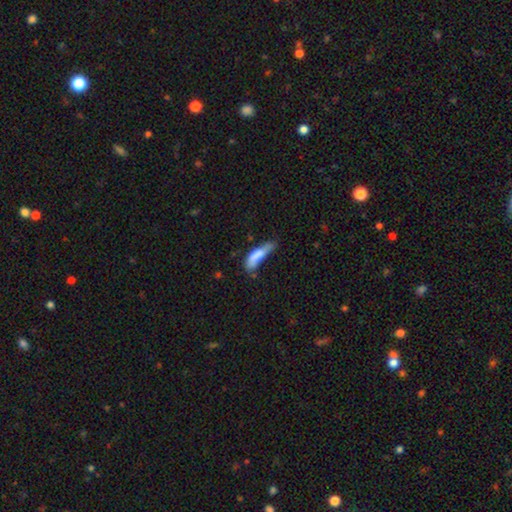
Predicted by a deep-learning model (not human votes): smooth-or-featured: smooth: 73% | featured or disk: 20% | star or artifact: 7%
  how-rounded: cigar-shaped: 57% | in between: 41% | round: 2%
  merging: minor disturbance: 37% | none: 28% | major disturbance: 25% | merger: 10%